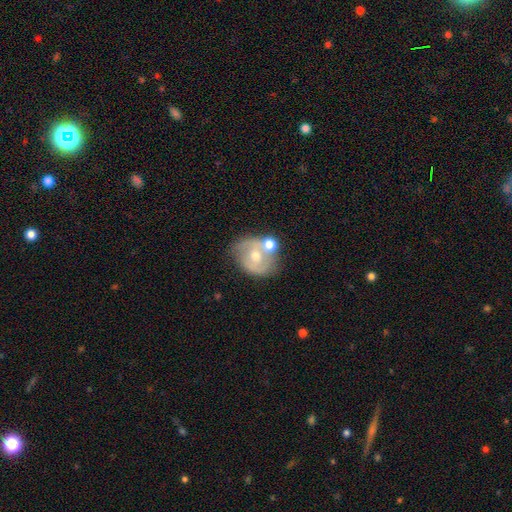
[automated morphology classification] A featured or disk galaxy (61%) with no bar (58%), spiral arms (64%) and a moderate central bulge (62%). Merging: none (51%).